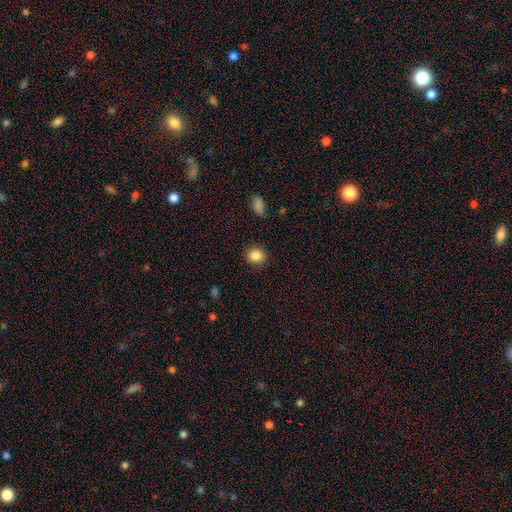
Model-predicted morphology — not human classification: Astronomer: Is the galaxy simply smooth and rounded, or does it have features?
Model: smooth — 86%.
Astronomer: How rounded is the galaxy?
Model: round — 75%.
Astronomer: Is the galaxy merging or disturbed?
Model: none — 88%.